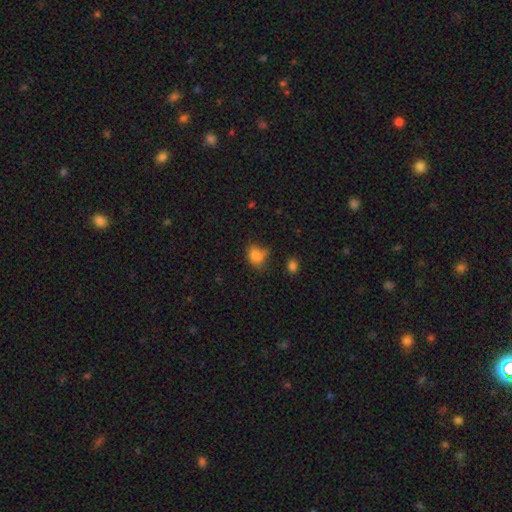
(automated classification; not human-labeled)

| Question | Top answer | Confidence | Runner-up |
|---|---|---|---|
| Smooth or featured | smooth | 77% | star or artifact (12%) |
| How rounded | in between | 57% | round (41%) |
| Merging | none | 45% | minor disturbance (30%) |